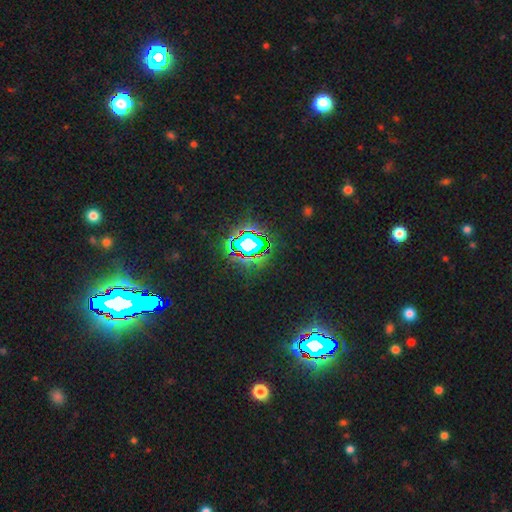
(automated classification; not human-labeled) Smooth or featured? Predicted: star or artifact (p=0.84).